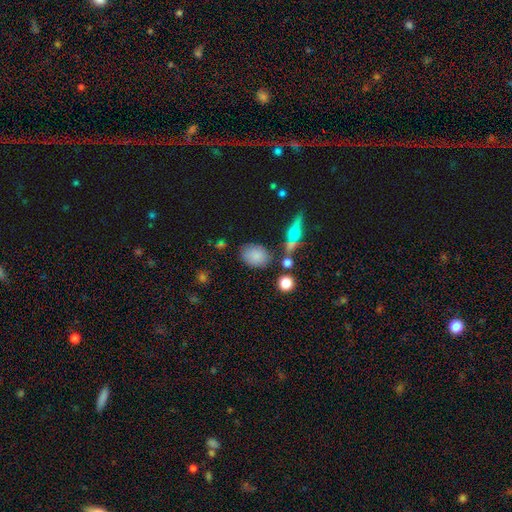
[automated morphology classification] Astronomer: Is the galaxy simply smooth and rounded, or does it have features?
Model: smooth — 80%.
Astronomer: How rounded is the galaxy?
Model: in between — 67%.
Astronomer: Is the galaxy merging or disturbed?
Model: none — 72%.